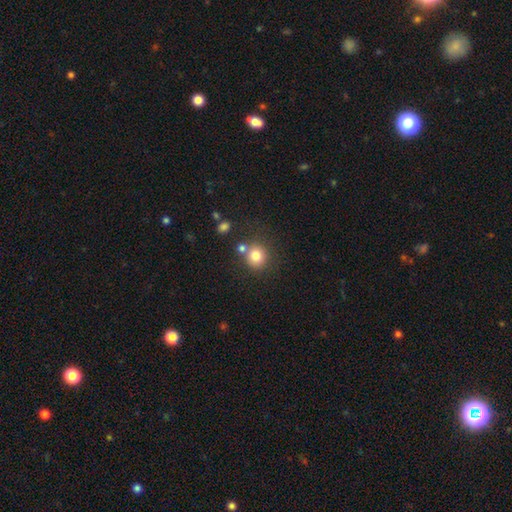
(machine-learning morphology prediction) smooth_or_featured: smooth (p=0.80) [alt: star or artifact p=0.12]
how_rounded: round (p=0.90) [alt: in between p=0.09]
merging: none (p=0.70) [alt: merger p=0.17]